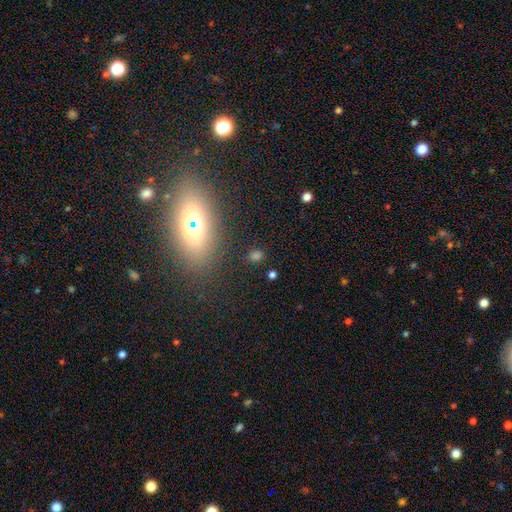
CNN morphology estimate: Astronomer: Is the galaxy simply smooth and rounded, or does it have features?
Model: smooth — 59%.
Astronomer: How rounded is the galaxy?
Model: in between — 58% (runner-up: round, 39%).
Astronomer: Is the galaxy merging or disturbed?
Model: none — 82%.